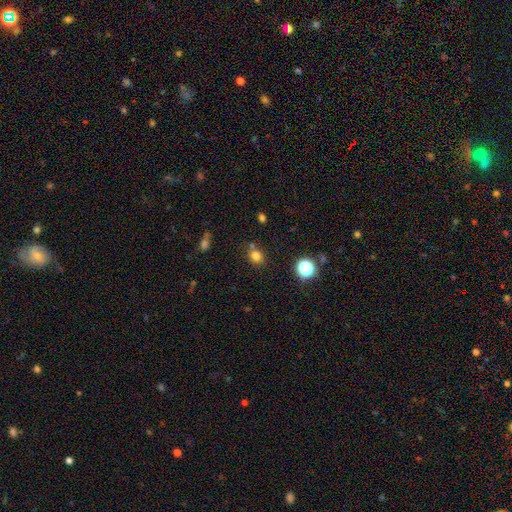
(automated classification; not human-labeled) The model was most divided on "how rounded": round: 67%, in between: 32%, cigar-shaped: 1%. More confident: smooth or featured — smooth (77%); merging — none (73%).